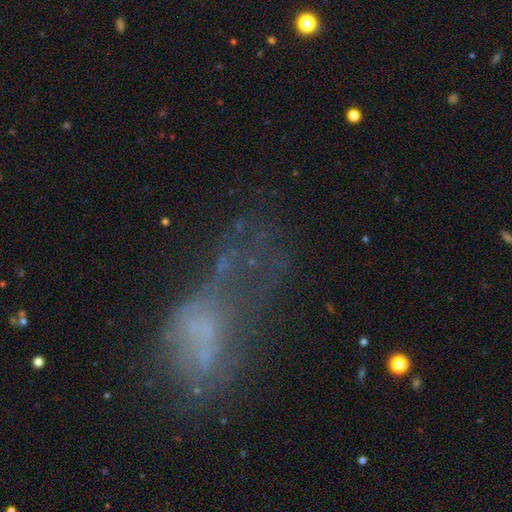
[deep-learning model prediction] A featured or disk galaxy (41%). Merging: major disturbance (48%).